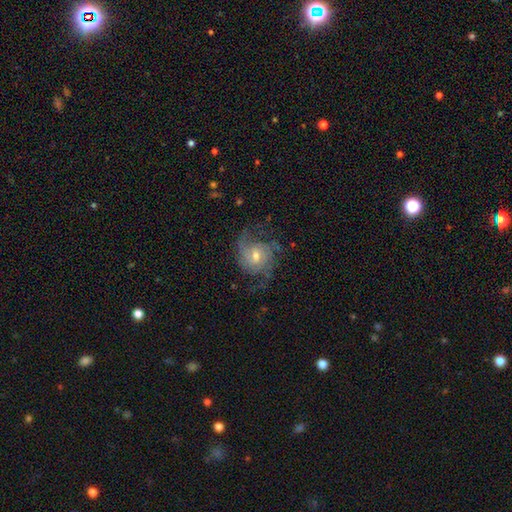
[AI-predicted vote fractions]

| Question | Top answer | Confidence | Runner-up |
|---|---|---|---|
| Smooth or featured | featured or disk | 78% | smooth (15%) |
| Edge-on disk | no | 97% | yes (3%) |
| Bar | weak | 50% | no (42%) |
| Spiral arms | yes | 93% | no (7%) |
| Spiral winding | medium | 44% | tight (30%) |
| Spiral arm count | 2 | 45% | can't tell (24%) |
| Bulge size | moderate | 57% | small (36%) |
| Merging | none | 60% | minor disturbance (20%) |